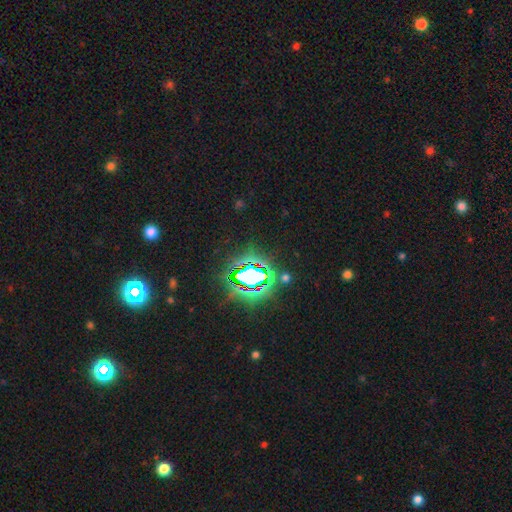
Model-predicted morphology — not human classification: smooth_or_featured: star or artifact (p=0.84) [alt: smooth p=0.10]